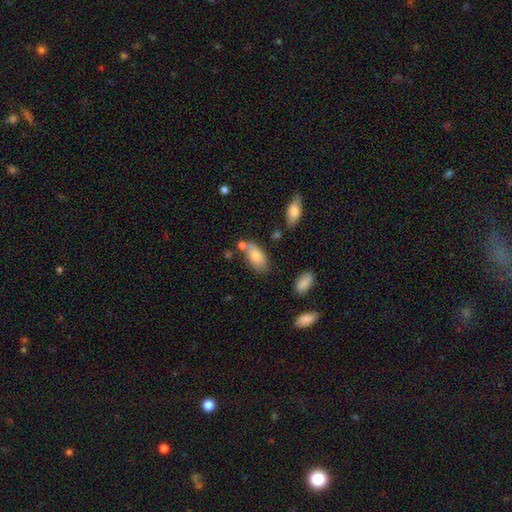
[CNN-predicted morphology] Overall: smooth (78%). How rounded: in between (91%). Merging: none (56%; minor disturbance 21%).